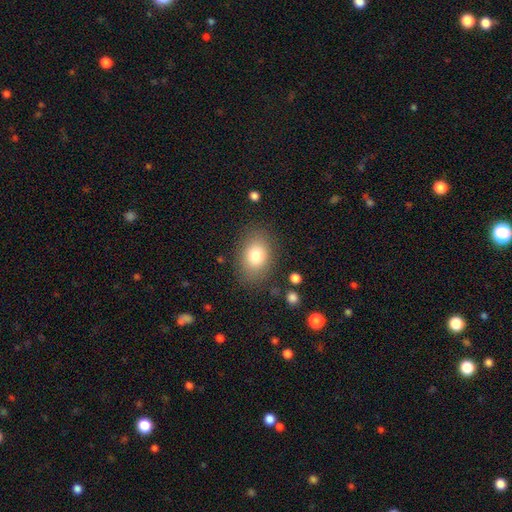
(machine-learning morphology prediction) smooth 78%, featured or disk 12%, star or artifact 10%. Down the decision tree: how rounded — in between (74%); merging — none (83%).